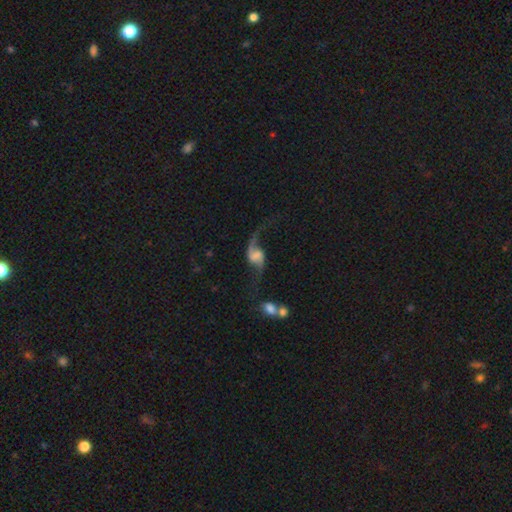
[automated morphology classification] type=featured or disk (86%); edge-on=no (97%); bar=weak (44%); spiral arms=yes (95%); winding=loose (91%); arm count=2 (91%); bulge=none (48%); merging=none (55%).